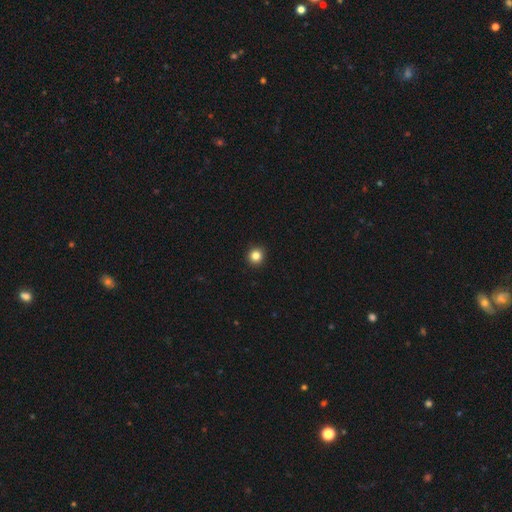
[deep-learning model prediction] This appears to be a smooth galaxy with no disk features (84%) that is round (93%). Merging: none (93%).